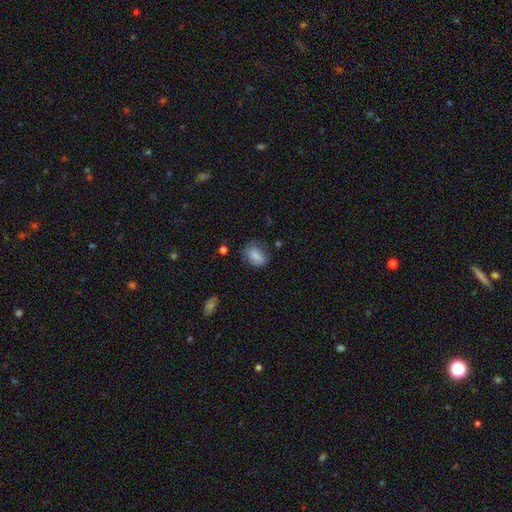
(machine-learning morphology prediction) Smooth or featured: smooth — 81% (featured or disk — 10%)
How rounded: in between — 77% (round — 20%)
Merging: none — 61% (minor disturbance — 27%)